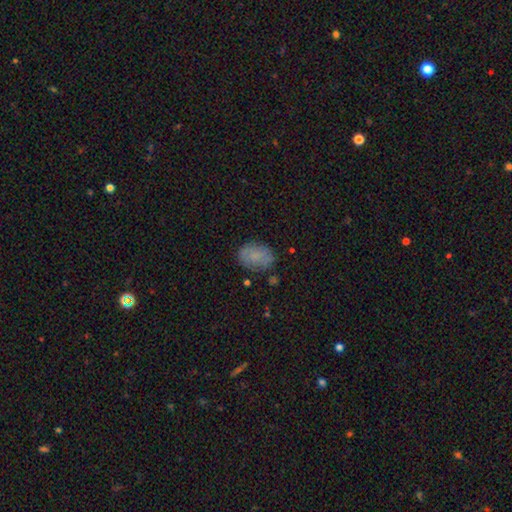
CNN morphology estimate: Smooth or featured?
  - smooth: 72% *
  - featured or disk: 18%
  - star or artifact: 10%
How rounded?
  - in between: 76% *
  - round: 23%
  - cigar-shaped: 1%
Merging?
  - none: 72% *
  - minor disturbance: 19%
  - major disturbance: 6%
  - merger: 3%